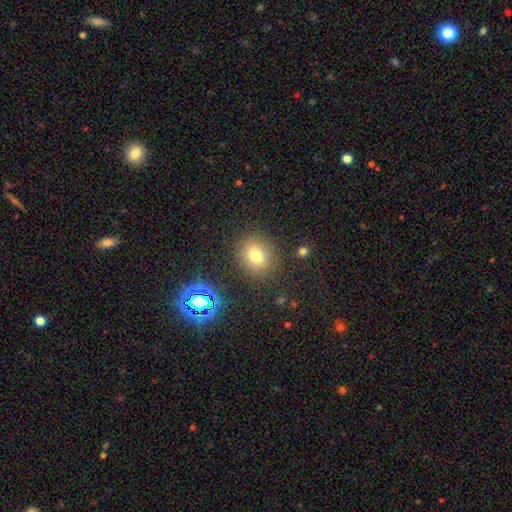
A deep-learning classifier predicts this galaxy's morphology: A smooth galaxy with no disk features (72%) that is round (67%). Merging: none (85%).